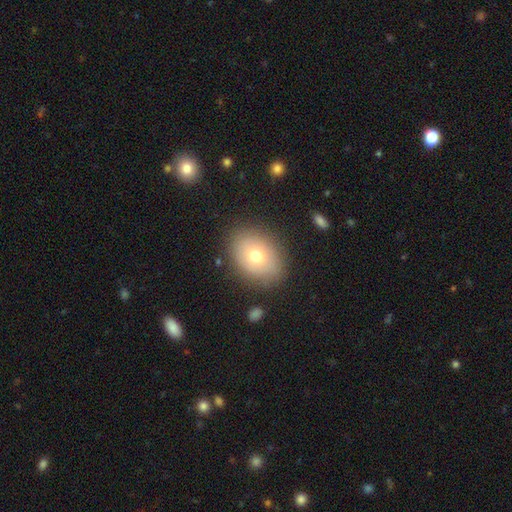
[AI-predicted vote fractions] smooth 70%, featured or disk 21%, star or artifact 9%. Down the decision tree: how rounded — in between (67%); merging — none (84%).